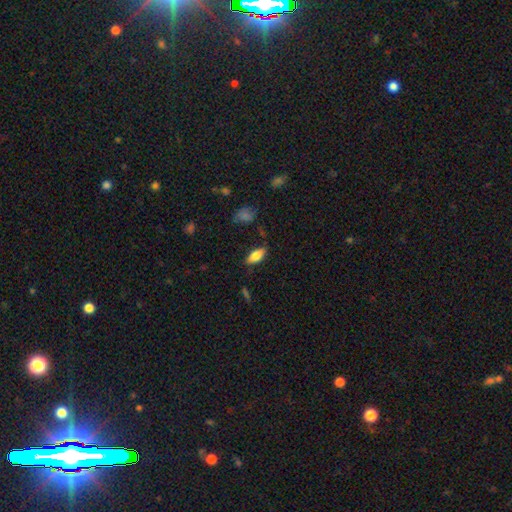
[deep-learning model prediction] Smooth or featured? Predicted: smooth (p=0.72). How rounded? Predicted: in between (p=0.81). Merging? Predicted: none (p=0.81).